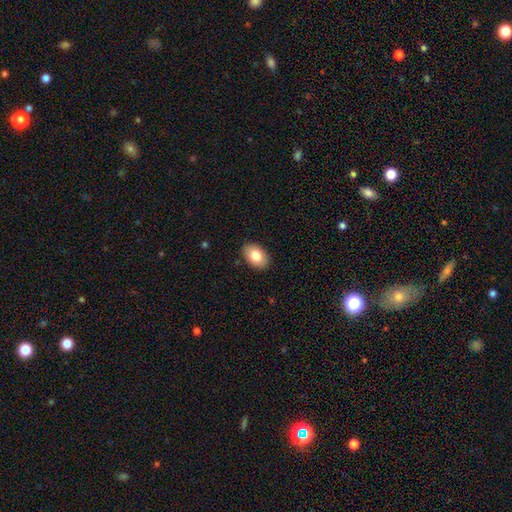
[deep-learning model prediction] This is clearly a smooth galaxy (83%). How rounded: clearly in between (87%). Merging: clearly none (88%).